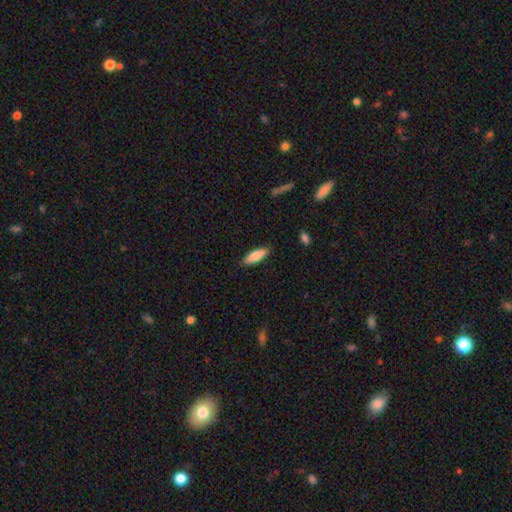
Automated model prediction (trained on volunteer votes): Smooth or featured?
  - smooth: 76% *
  - featured or disk: 18%
  - star or artifact: 6%
How rounded?
  - cigar-shaped: 53% *
  - in between: 45%
  - round: 2%
Merging?
  - none: 87% *
  - minor disturbance: 10%
  - major disturbance: 2%
  - merger: 1%